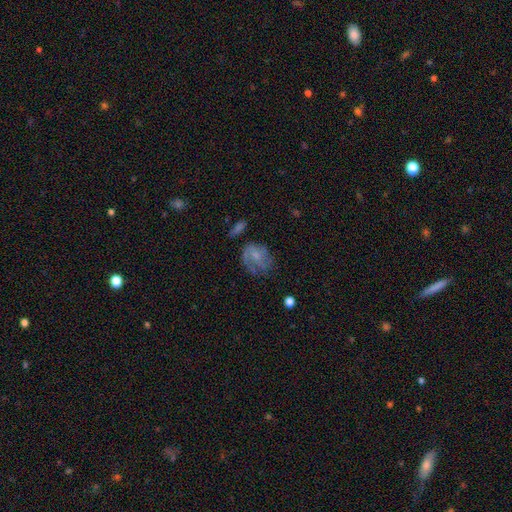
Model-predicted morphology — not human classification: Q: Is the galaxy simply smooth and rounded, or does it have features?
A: featured or disk — 48%.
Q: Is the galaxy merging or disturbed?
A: none — 46%.